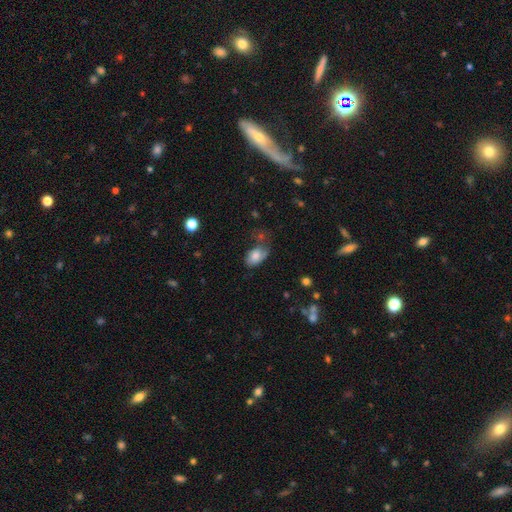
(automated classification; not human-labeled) Smooth or featured? Predicted: smooth (p=0.69). How rounded? Predicted: in between (p=0.88). Merging? Predicted: none (p=0.32).